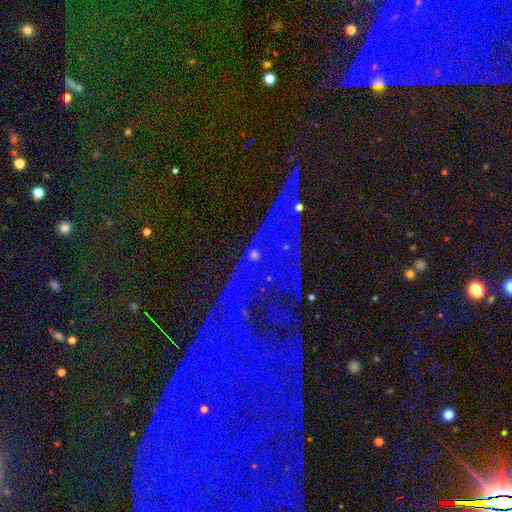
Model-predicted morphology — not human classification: This is clearly a star or artifact rather than a galaxy (84%).